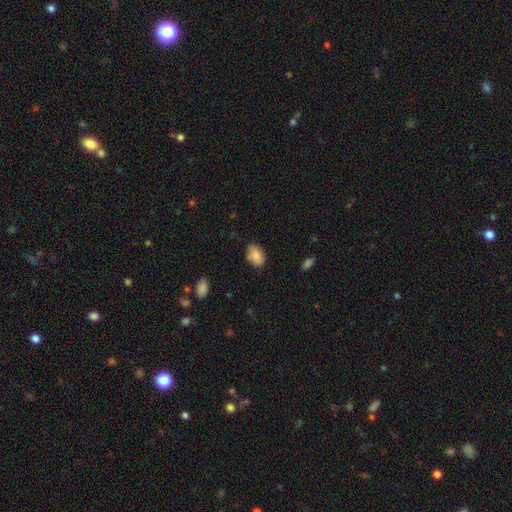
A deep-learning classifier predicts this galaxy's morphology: Overall: smooth (81%). How rounded: in between (84%). Merging: none (68%).